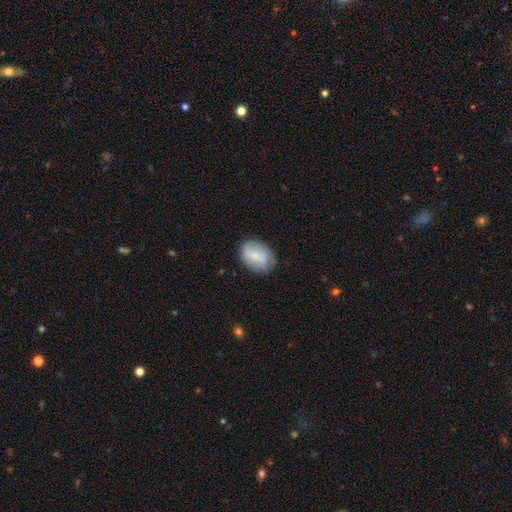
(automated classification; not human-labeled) A smooth galaxy with no disk features (71%) that is in between round and cigar-shaped (70%).

Vote fractions:
- Smooth or featured? smooth: 71% / featured or disk: 22% / star or artifact: 7%
- How rounded? in between: 70% / round: 29% / cigar-shaped: 1%
- Merging? none: 76% / minor disturbance: 18% / major disturbance: 4% / merger: 1%